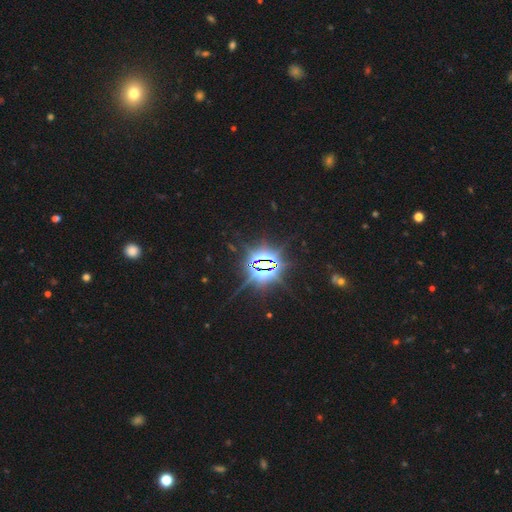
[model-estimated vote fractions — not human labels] Smooth or featured? Predicted: star or artifact (p=0.85).